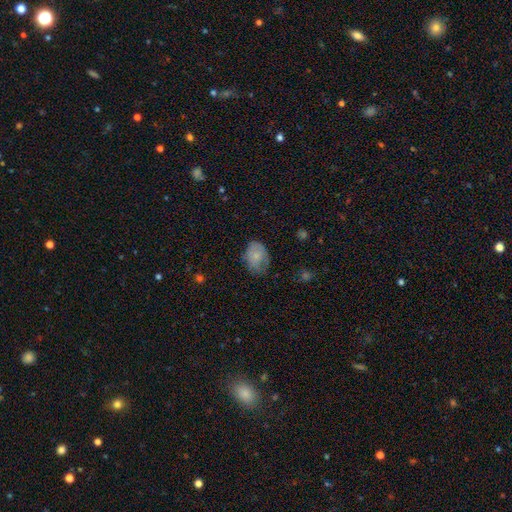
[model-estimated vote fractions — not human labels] This appears to be a smooth galaxy with no disk features (72%) that is in between round and cigar-shaped (77%). Merging: none (51%).